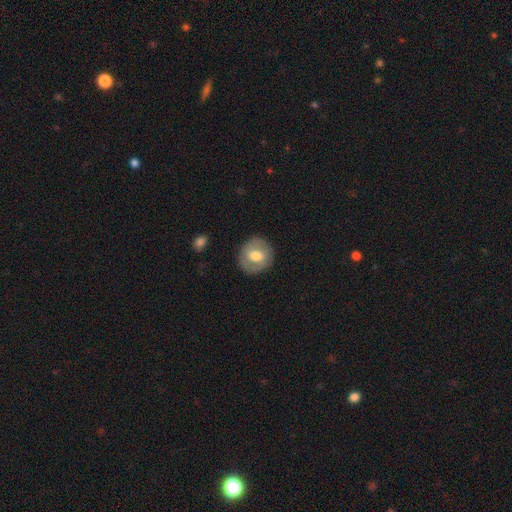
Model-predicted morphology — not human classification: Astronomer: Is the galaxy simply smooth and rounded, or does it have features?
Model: smooth — 51% (runner-up: featured or disk, 42%).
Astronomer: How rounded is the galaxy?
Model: round — 84%.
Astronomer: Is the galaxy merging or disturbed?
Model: none — 86%.